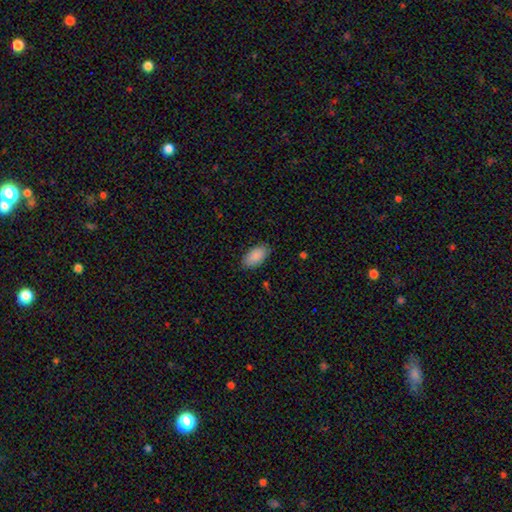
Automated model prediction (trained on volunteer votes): This appears to be a smooth galaxy with no disk features (88%) that is in between round and cigar-shaped (95%). Merging: none (84%).